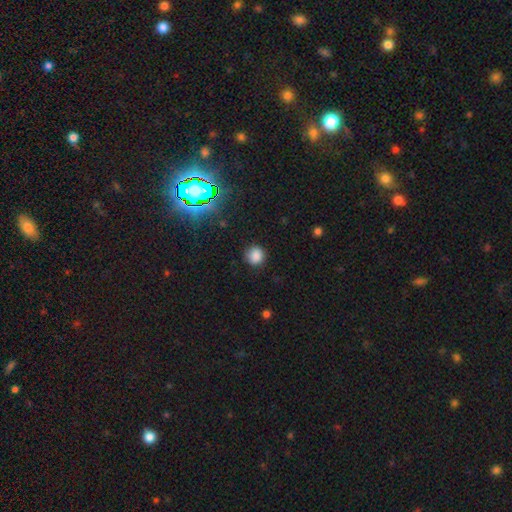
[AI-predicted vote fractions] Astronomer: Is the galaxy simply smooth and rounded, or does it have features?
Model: smooth — 82%.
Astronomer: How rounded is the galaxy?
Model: round — 89%.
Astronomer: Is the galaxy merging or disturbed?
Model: none — 85%.